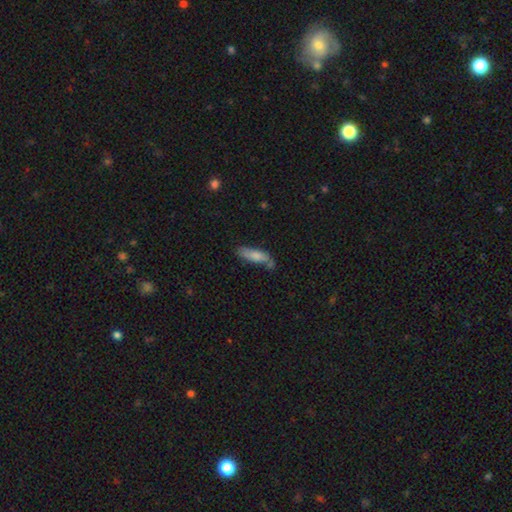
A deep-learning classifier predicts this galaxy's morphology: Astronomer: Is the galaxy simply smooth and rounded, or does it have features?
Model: smooth — 76%.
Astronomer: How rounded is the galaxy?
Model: cigar-shaped — 55% (runner-up: in between, 43%).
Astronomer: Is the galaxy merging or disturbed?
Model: none — 57%.